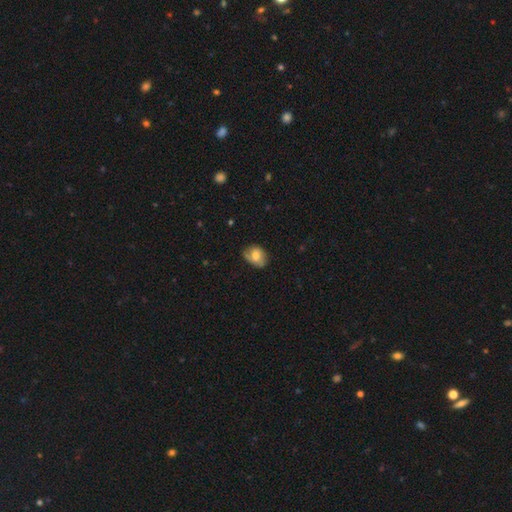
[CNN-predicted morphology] A smooth galaxy with no disk features (68%) that is in between round and cigar-shaped (63%).

Vote fractions:
- Smooth or featured? smooth: 68% / featured or disk: 23% / star or artifact: 8%
- How rounded? in between: 63% / round: 36% / cigar-shaped: 1%
- Merging? none: 60% / minor disturbance: 30% / major disturbance: 8% / merger: 2%